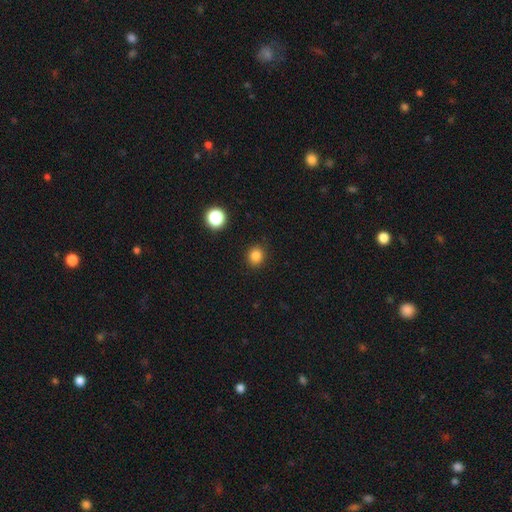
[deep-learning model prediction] Morphology: type=smooth (84%); roundness=round (81%); merging=none (90%).